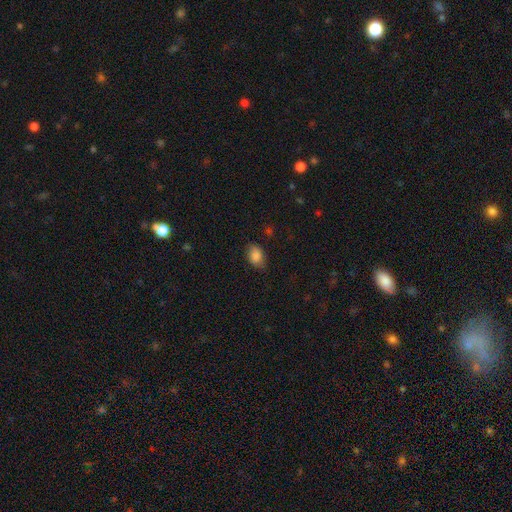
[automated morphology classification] This appears to be a smooth galaxy with no disk features (85%) that is in between round and cigar-shaped (77%). Merging: none (76%).